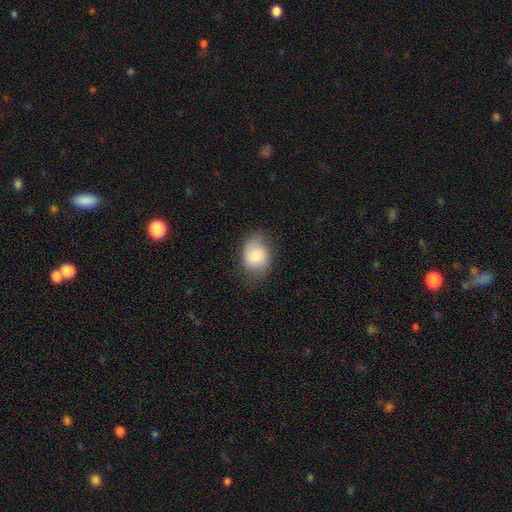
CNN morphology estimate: Q: Smooth or featured?
A: smooth (68%); runner-up: featured or disk (25%)
Q: How rounded?
A: in between (65%); runner-up: round (34%)
Q: Merging?
A: none (67%); runner-up: minor disturbance (24%)